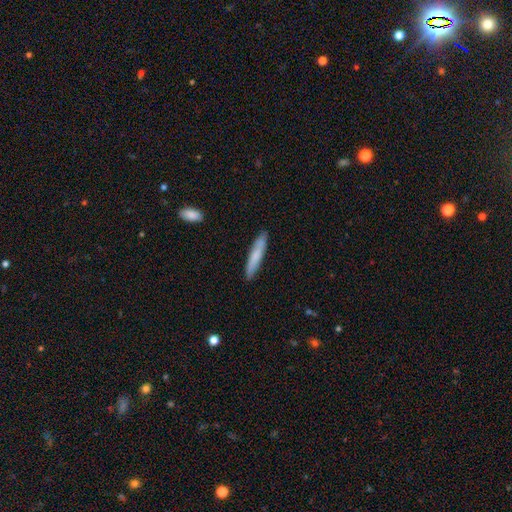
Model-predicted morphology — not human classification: Smooth or featured? smooth (75%)
How rounded? cigar-shaped (92%)
Merging? none (88%)